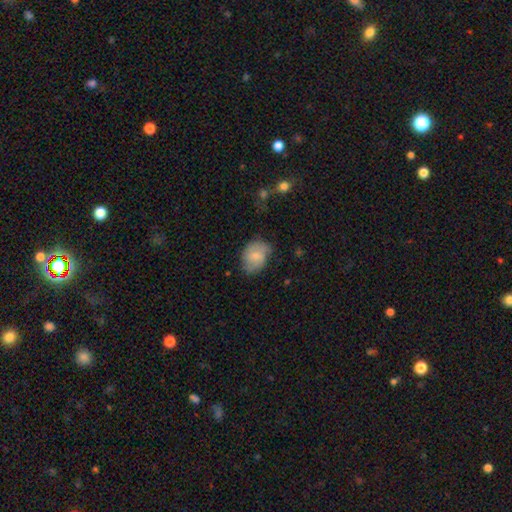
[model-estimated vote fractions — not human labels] A smooth galaxy with no disk features (68%) that is in between round and cigar-shaped (62%). Merging: none (61%).